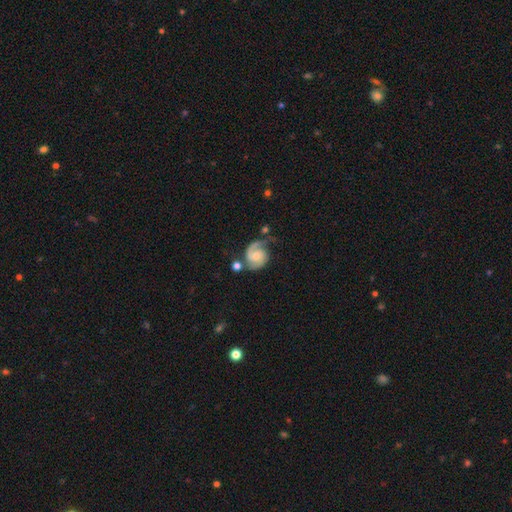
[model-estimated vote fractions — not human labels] A featured or disk galaxy (83%) with no bar (58%), 2 (80%) medium (49%) spiral arms (97%) and a small central bulge (43%). Merging: none (54%).